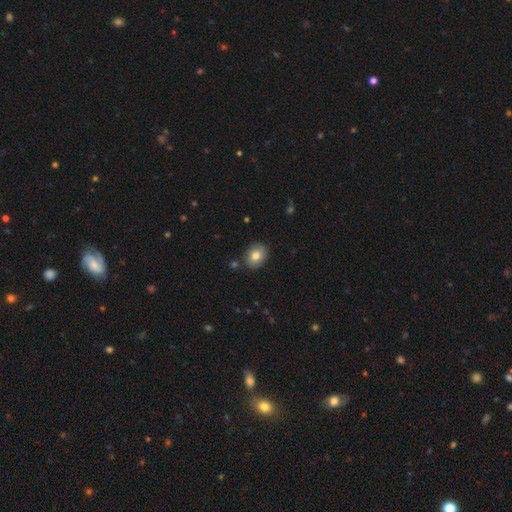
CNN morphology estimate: Smooth or featured: smooth — 80% (featured or disk — 11%)
How rounded: in between — 67% (round — 32%)
Merging: none — 85% (minor disturbance — 11%)